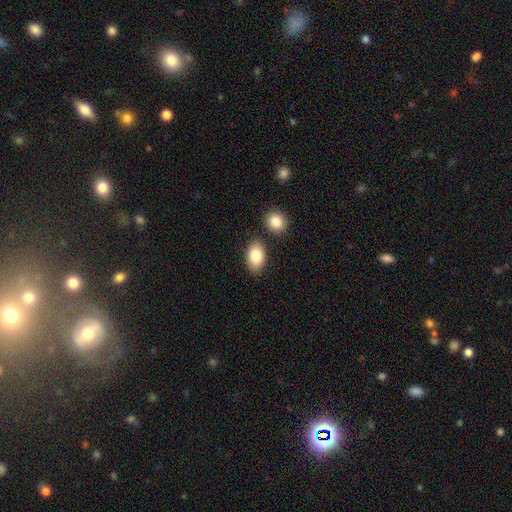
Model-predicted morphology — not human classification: smooth-or-featured: smooth: 85% | featured or disk: 9% | star or artifact: 7%
  how-rounded: in between: 90% | round: 9% | cigar-shaped: 1%
  merging: none: 79% | minor disturbance: 10% | merger: 8% | major disturbance: 3%